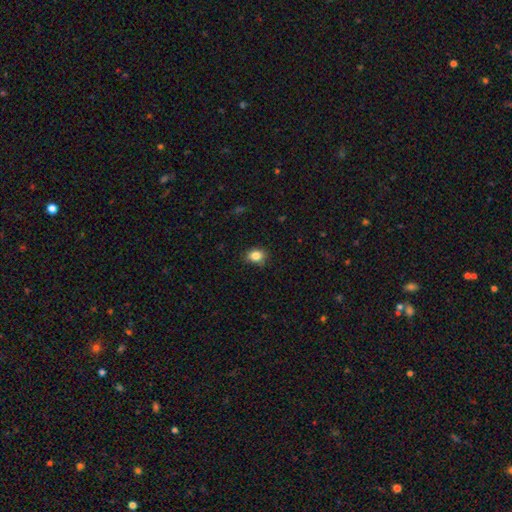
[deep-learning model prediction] Overall: smooth (85%). How rounded: round (50%; in between 49%). Merging: none (83%).